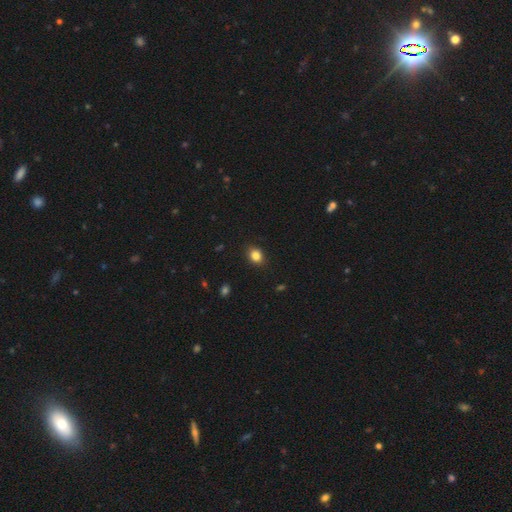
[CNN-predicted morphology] smooth_or_featured: smooth (p=0.84) [alt: star or artifact p=0.11]
how_rounded: round (p=0.53) [alt: in between p=0.46]
merging: none (p=0.88) [alt: minor disturbance p=0.08]